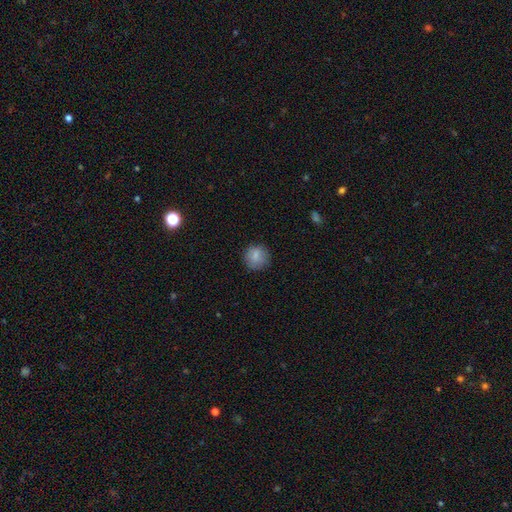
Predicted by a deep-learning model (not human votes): Overall: smooth (83%). How rounded: round (91%). Merging: none (86%).